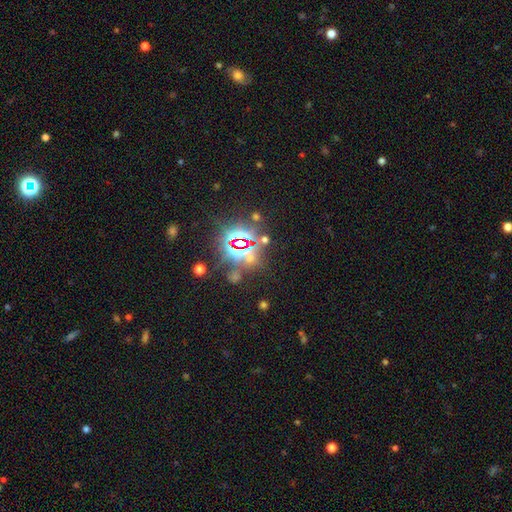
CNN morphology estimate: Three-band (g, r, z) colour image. It shows a star or artifact, not a galaxy (80%).